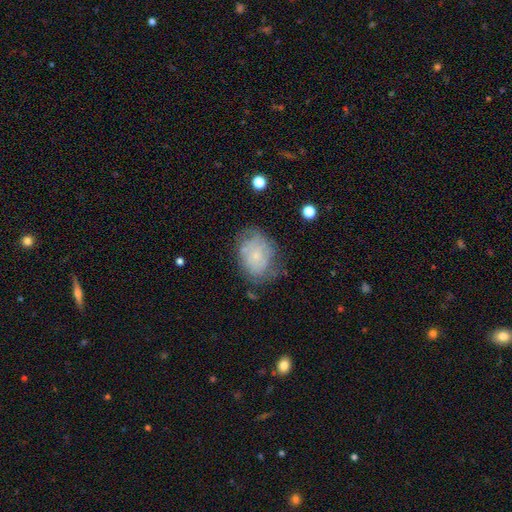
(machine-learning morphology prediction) A featured or disk galaxy (48%).

Vote fractions:
- Smooth or featured? featured or disk: 48% / smooth: 43% / star or artifact: 9%
- Merging? none: 58% / minor disturbance: 27% / major disturbance: 13% / merger: 3%